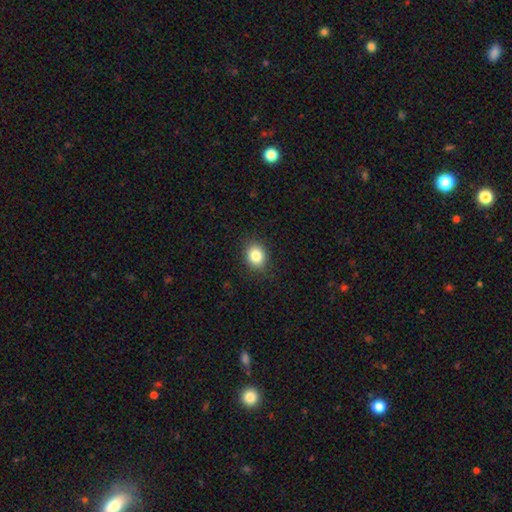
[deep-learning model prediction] Smooth or featured?
  - smooth: 84% *
  - star or artifact: 10%
  - featured or disk: 6%
How rounded?
  - round: 59% *
  - in between: 40%
  - cigar-shaped: 1%
Merging?
  - none: 88% *
  - minor disturbance: 9%
  - major disturbance: 2%
  - merger: 1%